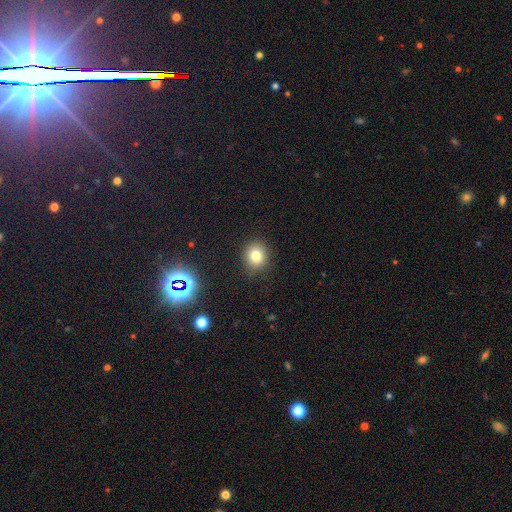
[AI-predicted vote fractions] This is likely a smooth galaxy (78%). How rounded: clearly round (80%). Merging: clearly none (88%).